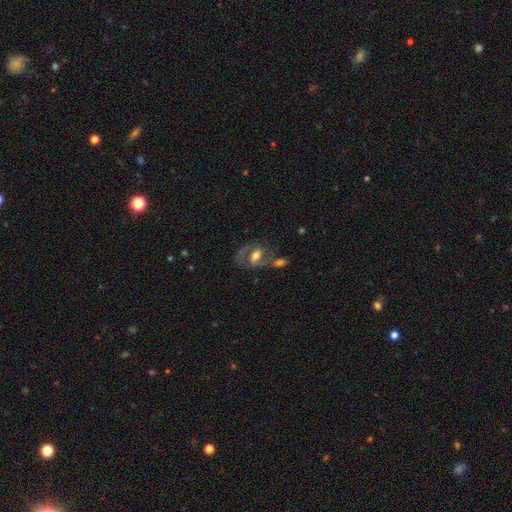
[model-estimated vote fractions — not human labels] featured or disk 64%, smooth 28%, star or artifact 8%. Down the decision tree: edge-on disk — no (94%); bar — weak (40%); spiral arms — yes (73%); bulge size — moderate (54%); merging — none (43%).